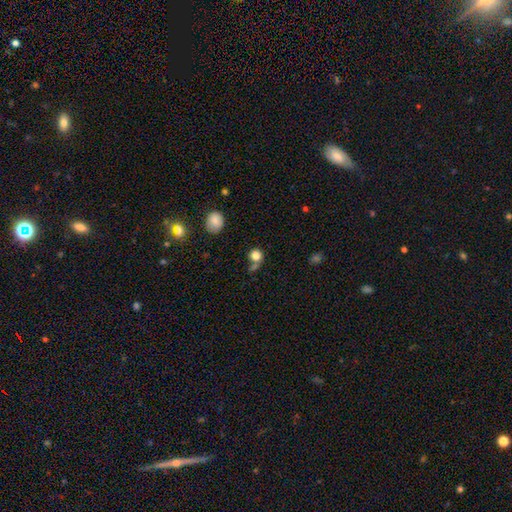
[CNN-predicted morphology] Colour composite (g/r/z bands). It shows a smooth galaxy with no disk features (82%) that is round (86%). Merging: none (56%).